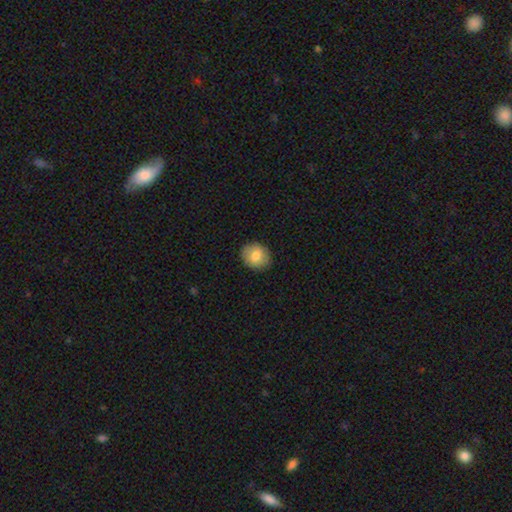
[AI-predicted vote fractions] Smooth or featured? Predicted: smooth (p=0.80). How rounded? Predicted: round (p=0.69). Merging? Predicted: none (p=0.88).